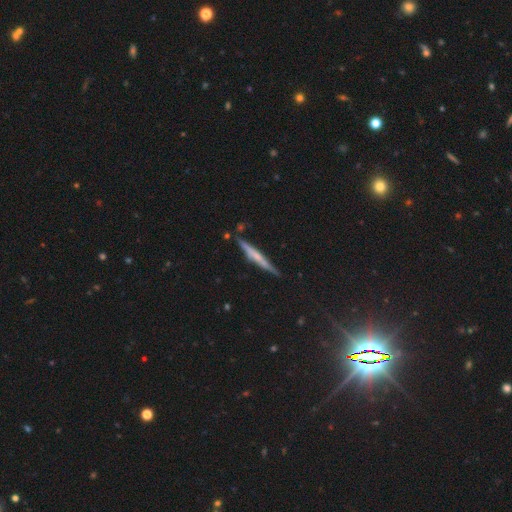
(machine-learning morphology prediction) type=featured or disk (61%); edge-on=yes (96%); edge-on bulge=none (44%); merging=none (83%).